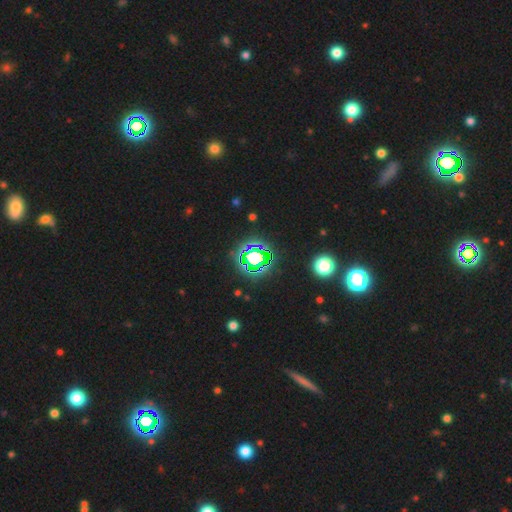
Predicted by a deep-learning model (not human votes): This is likely a star or artifact rather than a galaxy (78%).